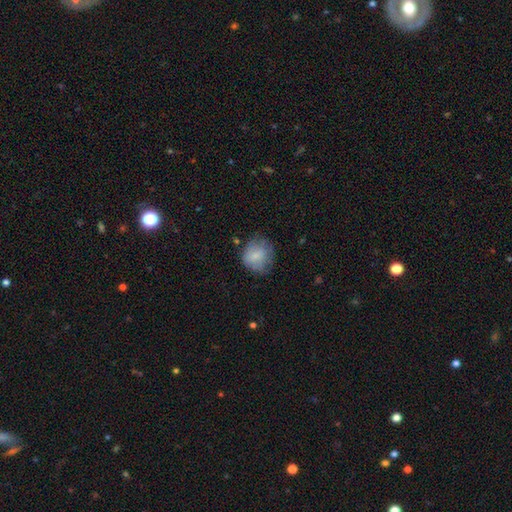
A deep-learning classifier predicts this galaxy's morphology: smooth_or_featured: smooth (p=0.75) [alt: featured or disk p=0.17]
how_rounded: round (p=0.78) [alt: in between p=0.21]
merging: none (p=0.62) [alt: minor disturbance p=0.26]